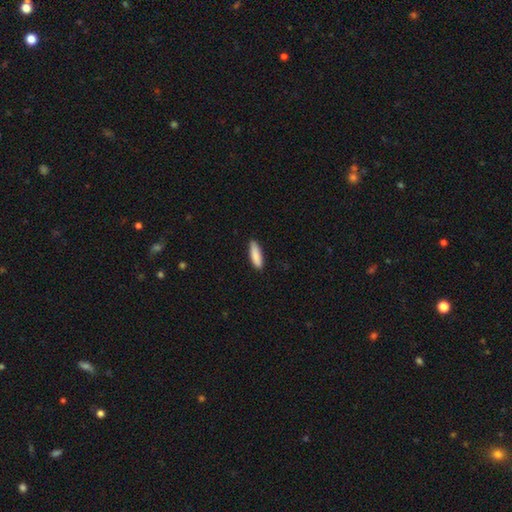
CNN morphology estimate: smooth 88%, featured or disk 6%, star or artifact 6%. Down the decision tree: how rounded — cigar-shaped (57%); merging — none (86%).